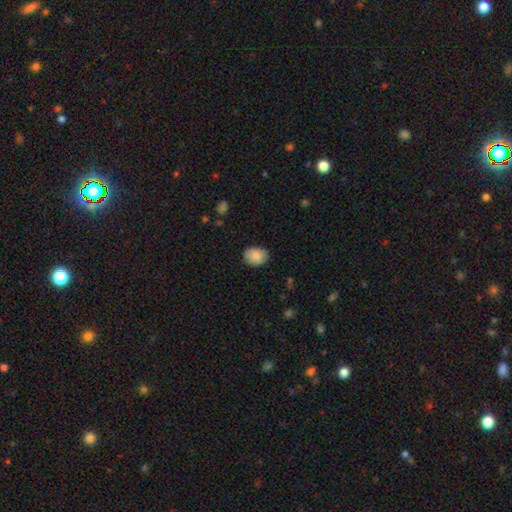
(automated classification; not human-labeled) Q: Smooth or featured?
A: smooth (88%); runner-up: star or artifact (7%)
Q: How rounded?
A: in between (67%); runner-up: round (32%)
Q: Merging?
A: none (82%); runner-up: minor disturbance (14%)